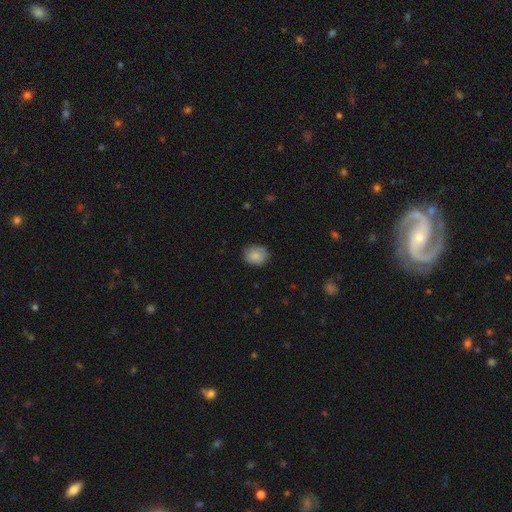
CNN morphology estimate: This appears to be a smooth galaxy with no disk features (85%) that is round (61%). Merging: none (84%).